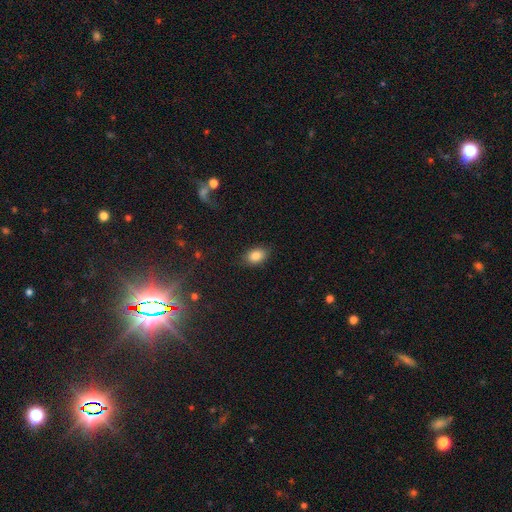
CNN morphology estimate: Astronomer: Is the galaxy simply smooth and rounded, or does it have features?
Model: smooth — 85%.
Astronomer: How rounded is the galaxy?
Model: in between — 82%.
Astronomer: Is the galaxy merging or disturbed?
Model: none — 85%.